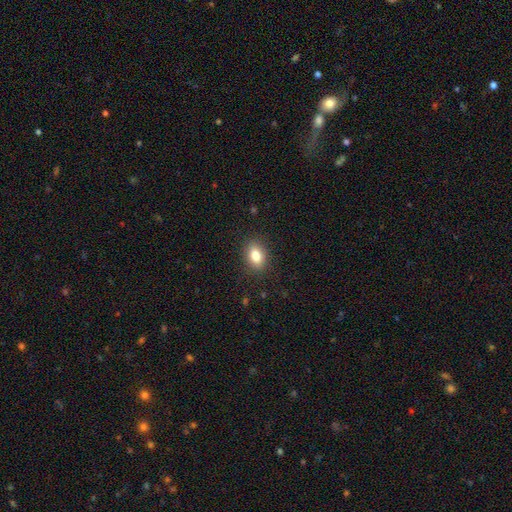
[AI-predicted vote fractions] This is clearly a smooth galaxy (82%). How rounded: likely in between (80%). Merging: clearly none (88%).